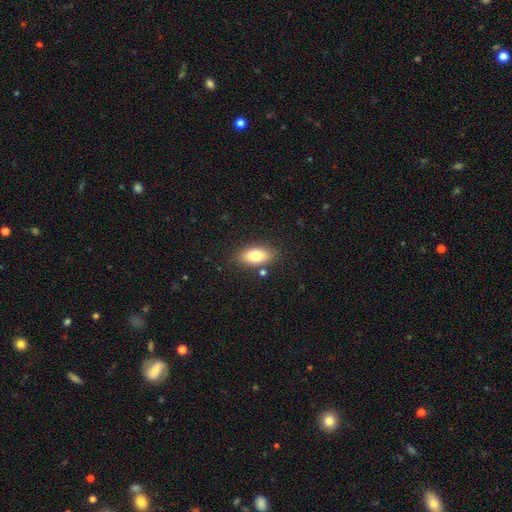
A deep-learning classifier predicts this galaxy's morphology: Smooth or featured: smooth — 79% (featured or disk — 13%)
How rounded: in between — 88% (cigar-shaped — 7%)
Merging: none — 82% (minor disturbance — 11%)